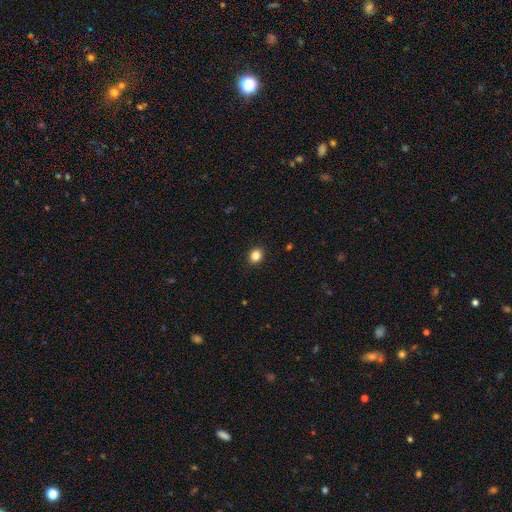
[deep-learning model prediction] smooth_or_featured: smooth (p=0.84) [alt: star or artifact p=0.11]
how_rounded: round (p=0.72) [alt: in between p=0.27]
merging: none (p=0.91) [alt: minor disturbance p=0.06]